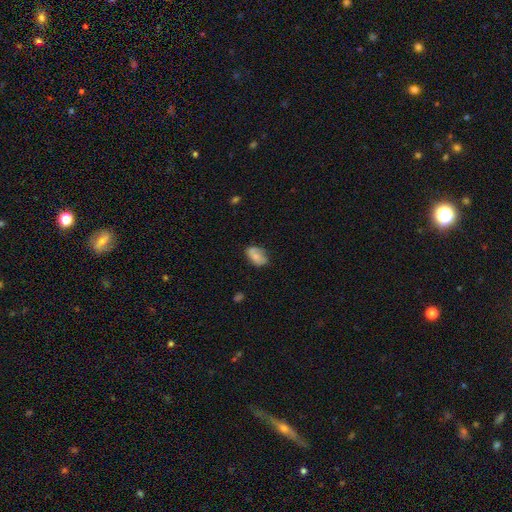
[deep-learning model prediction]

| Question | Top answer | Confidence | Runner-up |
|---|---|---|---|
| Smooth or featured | smooth | 71% | featured or disk (22%) |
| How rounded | in between | 90% | round (8%) |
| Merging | none | 62% | minor disturbance (28%) |